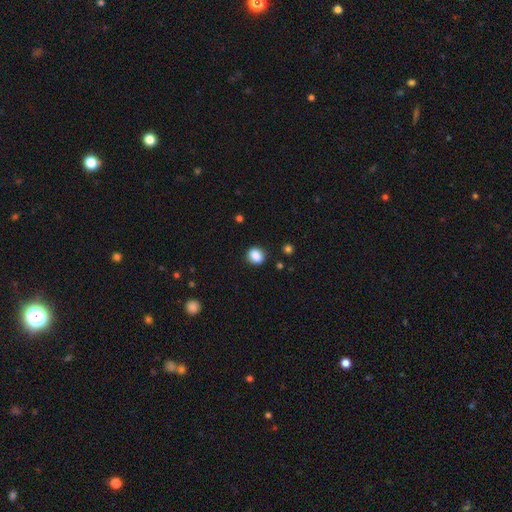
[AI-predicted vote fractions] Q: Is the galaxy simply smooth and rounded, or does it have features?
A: smooth — 87%.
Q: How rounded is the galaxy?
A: round — 58%.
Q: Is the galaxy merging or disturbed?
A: none — 87%.